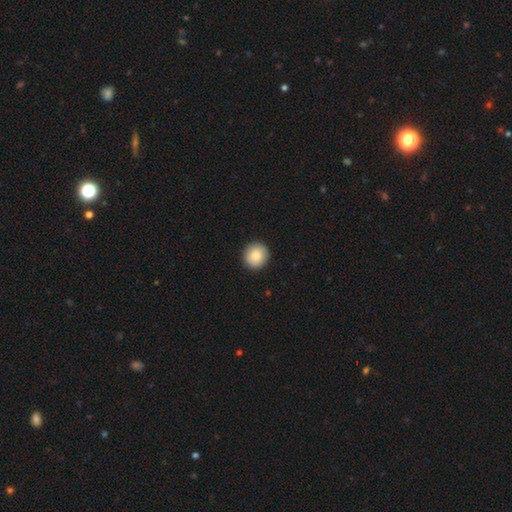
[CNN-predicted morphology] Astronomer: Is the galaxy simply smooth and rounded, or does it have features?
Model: smooth — 86%.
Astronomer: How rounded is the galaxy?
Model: round — 91%.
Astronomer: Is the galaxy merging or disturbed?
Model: none — 92%.